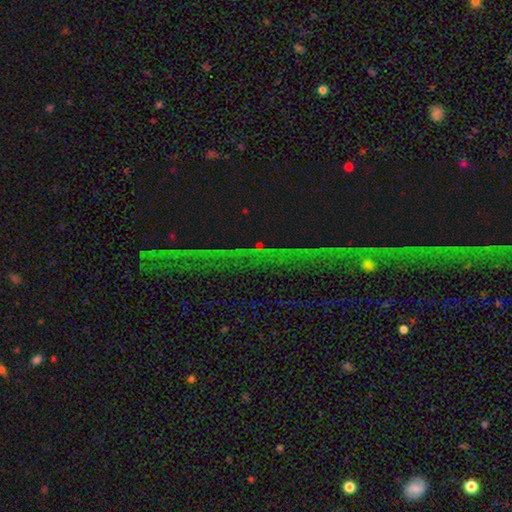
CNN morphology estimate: Smooth or featured: star or artifact — 85% (featured or disk — 8%)